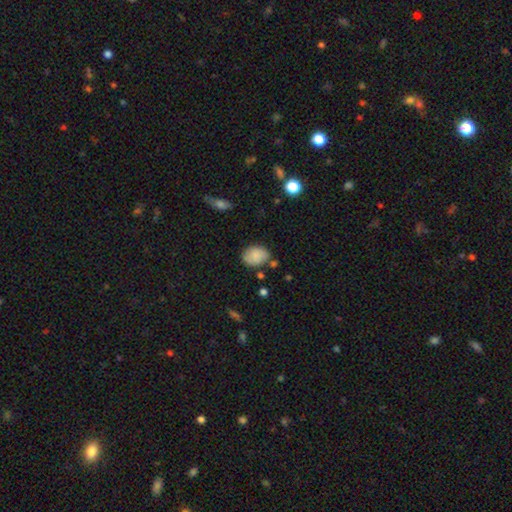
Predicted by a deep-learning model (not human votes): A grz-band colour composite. It shows a smooth galaxy with no disk features (81%) that is in between round and cigar-shaped (65%). Merging: none (68%).